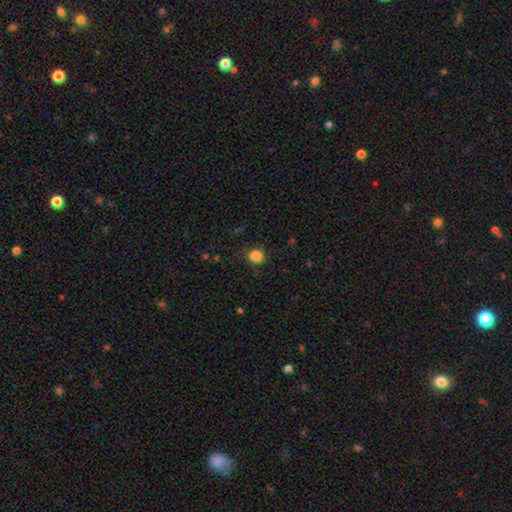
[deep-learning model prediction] Overall: smooth (85%). How rounded: round (75%). Merging: none (80%).